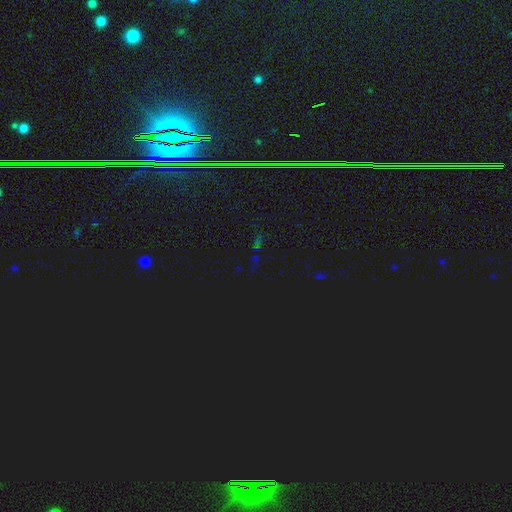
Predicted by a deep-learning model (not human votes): smooth_or_featured: star or artifact (p=0.73) [alt: smooth p=0.18]